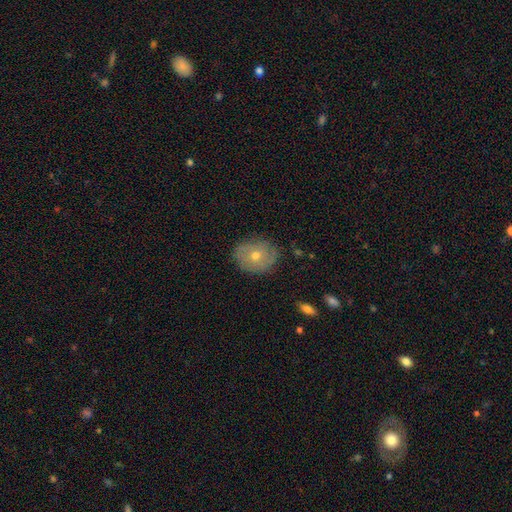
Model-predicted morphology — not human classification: This is possibly a smooth galaxy (47%). Merging: clearly none (80%).